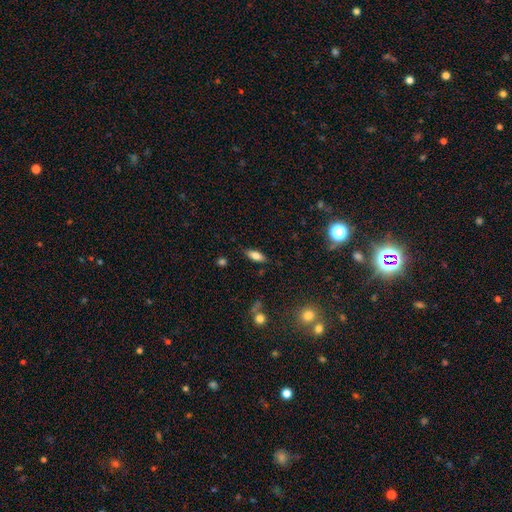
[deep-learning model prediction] Q: Smooth or featured?
A: smooth (76%); runner-up: featured or disk (15%)
Q: How rounded?
A: in between (79%); runner-up: cigar-shaped (18%)
Q: Merging?
A: none (84%); runner-up: minor disturbance (11%)